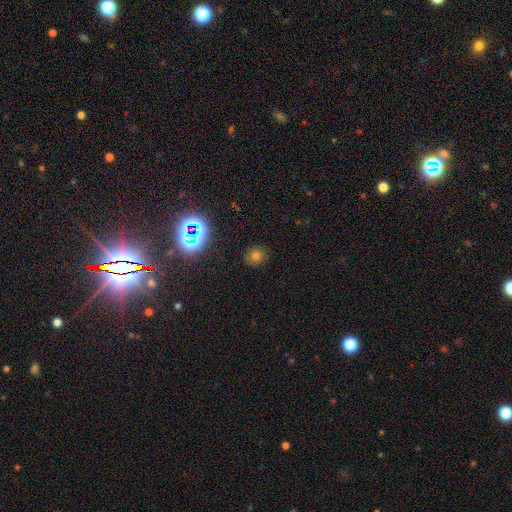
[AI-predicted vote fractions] Smooth or featured?
  - smooth: 66% *
  - star or artifact: 25%
  - featured or disk: 9%
How rounded?
  - round: 81% *
  - in between: 18%
  - cigar-shaped: 1%
Merging?
  - none: 86% *
  - minor disturbance: 9%
  - major disturbance: 3%
  - merger: 1%